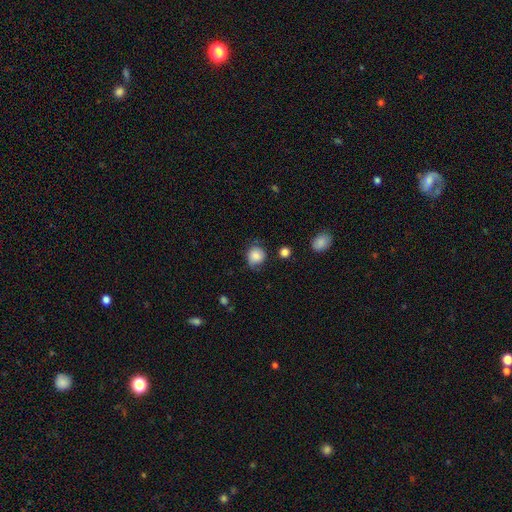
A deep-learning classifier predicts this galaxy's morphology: type=smooth (83%); roundness=round (80%); merging=none (65%).